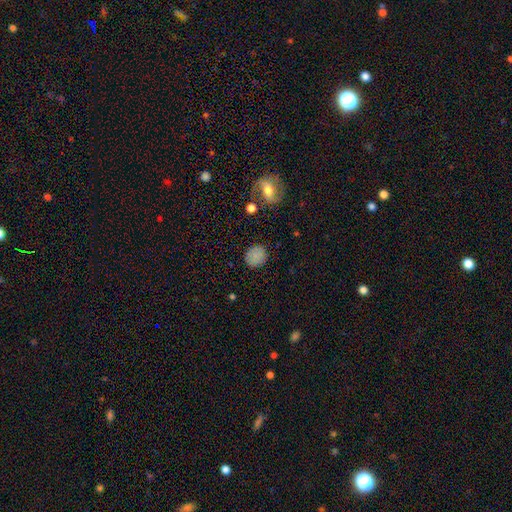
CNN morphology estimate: This is clearly a smooth galaxy (82%). How rounded: likely round (76%). Merging: clearly none (85%).